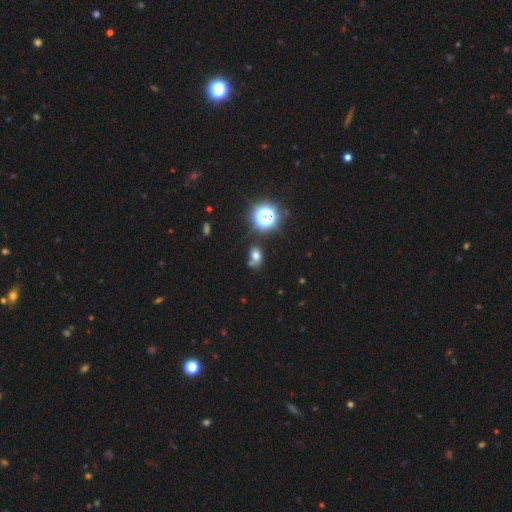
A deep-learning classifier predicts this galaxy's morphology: smooth_or_featured: smooth (p=0.67) [alt: star or artifact p=0.22]
how_rounded: in between (p=0.64) [alt: round p=0.35]
merging: none (p=0.58) [alt: minor disturbance p=0.19]